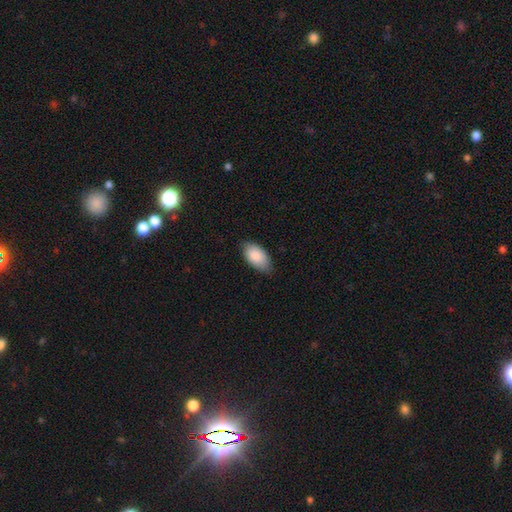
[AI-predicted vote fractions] This is clearly a smooth galaxy (87%). How rounded: clearly in between (95%). Merging: likely none (73%).